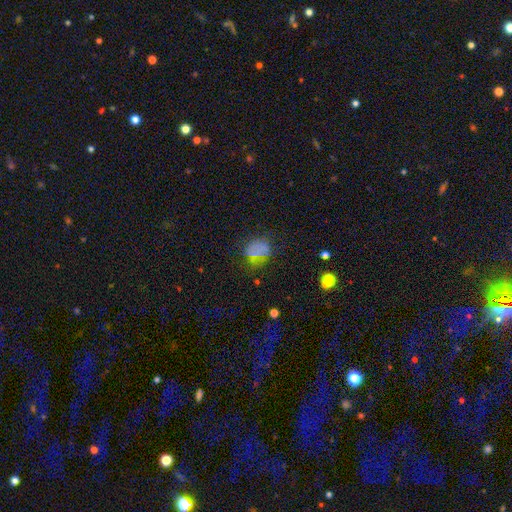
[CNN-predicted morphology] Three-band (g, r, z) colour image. It shows a smooth galaxy with no disk features (65%) that is round (68%). Merging: none (66%).